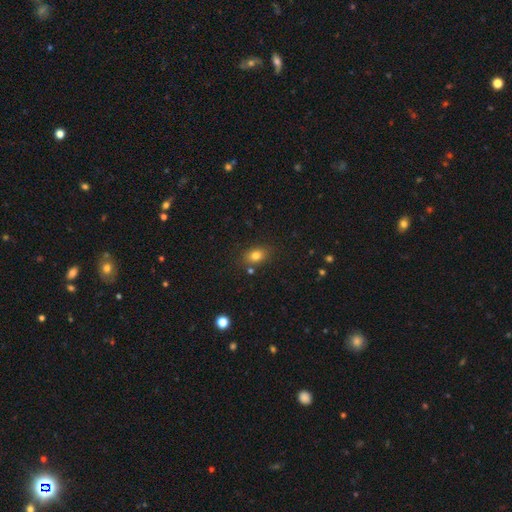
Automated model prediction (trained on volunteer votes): This is likely a smooth galaxy (79%). How rounded: likely in between (69%). Merging: likely none (80%).